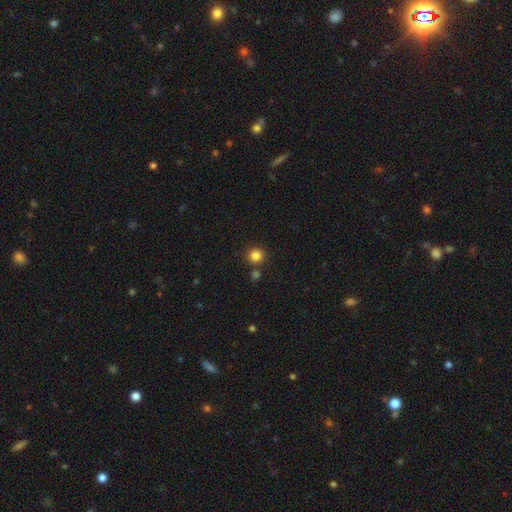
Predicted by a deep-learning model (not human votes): A smooth galaxy with no disk features (83%) that is round (92%).

Vote fractions:
- Smooth or featured? smooth: 83% / star or artifact: 12% / featured or disk: 5%
- How rounded? round: 92% / in between: 7% / cigar-shaped: 1%
- Merging? none: 82% / merger: 8% / minor disturbance: 7% / major disturbance: 2%